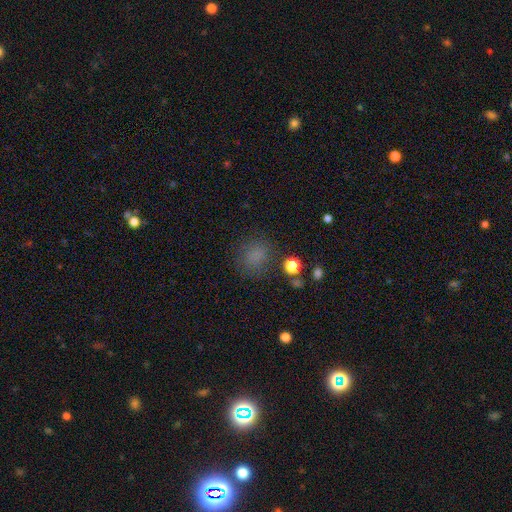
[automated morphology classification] type=smooth (77%); roundness=round (76%); merging=none (77%).